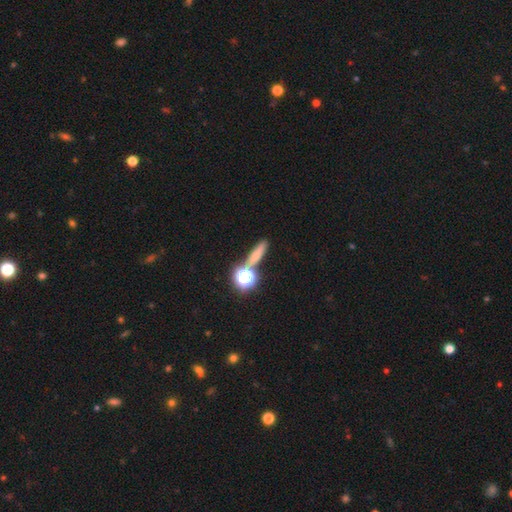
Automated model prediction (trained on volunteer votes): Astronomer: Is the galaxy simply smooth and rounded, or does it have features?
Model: smooth — 64%.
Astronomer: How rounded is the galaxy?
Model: cigar-shaped — 57%.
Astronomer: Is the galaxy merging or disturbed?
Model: none — 74%.